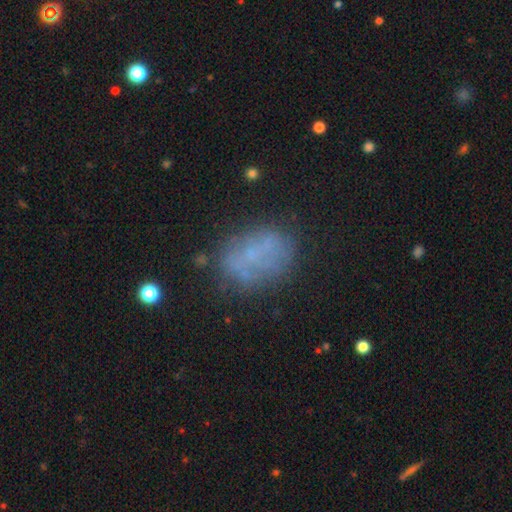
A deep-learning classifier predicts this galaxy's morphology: Smooth or featured?
  - smooth: 47% *
  - featured or disk: 37%
  - star or artifact: 16%
Merging?
  - none: 62% *
  - minor disturbance: 20%
  - major disturbance: 12%
  - merger: 6%